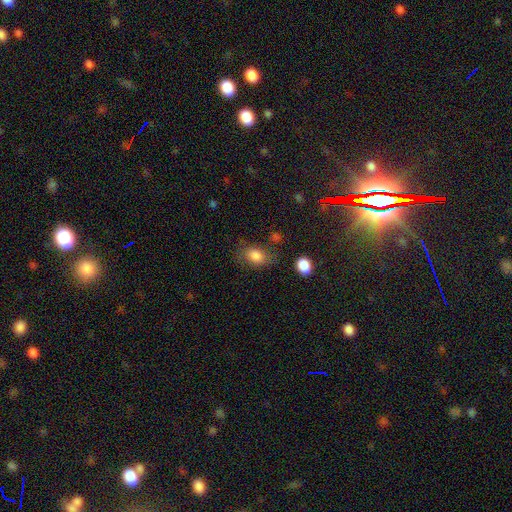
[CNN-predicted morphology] A smooth galaxy with no disk features (82%) that is in between round and cigar-shaped (76%).

Vote fractions:
- Smooth or featured? smooth: 82% / star or artifact: 9% / featured or disk: 9%
- How rounded? in between: 76% / round: 22% / cigar-shaped: 2%
- Merging? none: 63% / minor disturbance: 22% / major disturbance: 10% / merger: 4%